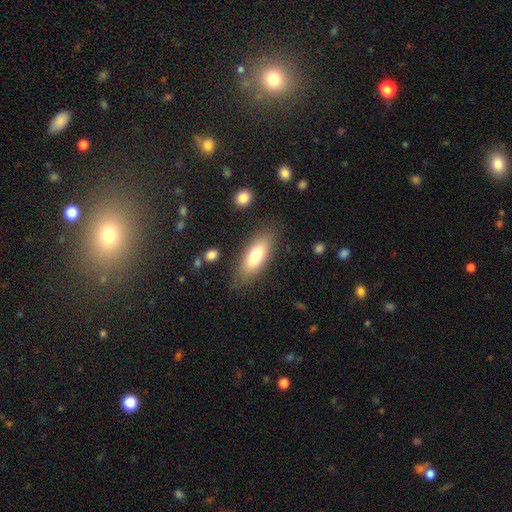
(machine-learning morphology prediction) type=smooth (75%); roundness=in between (74%); merging=none (81%).